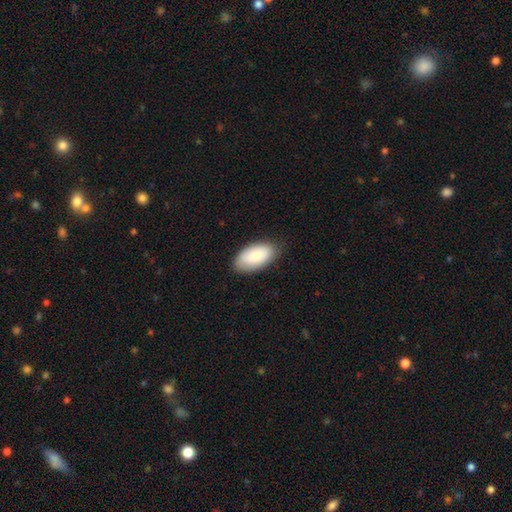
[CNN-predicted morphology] type=smooth (83%); roundness=in between (95%); merging=none (83%).